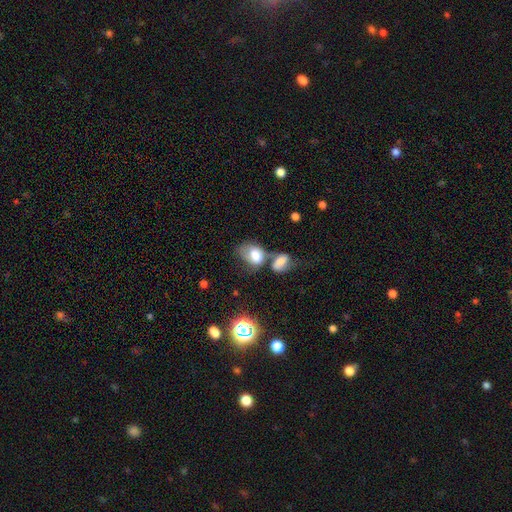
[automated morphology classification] smooth 63%, featured or disk 26%, star or artifact 11%. Down the decision tree: how rounded — in between (77%); merging — merger (52%).